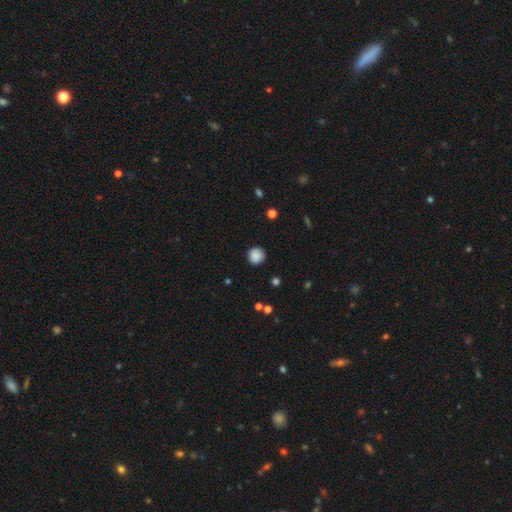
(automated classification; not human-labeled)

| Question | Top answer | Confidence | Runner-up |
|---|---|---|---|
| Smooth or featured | smooth | 87% | star or artifact (9%) |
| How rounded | round | 94% | in between (5%) |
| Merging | none | 88% | minor disturbance (9%) |